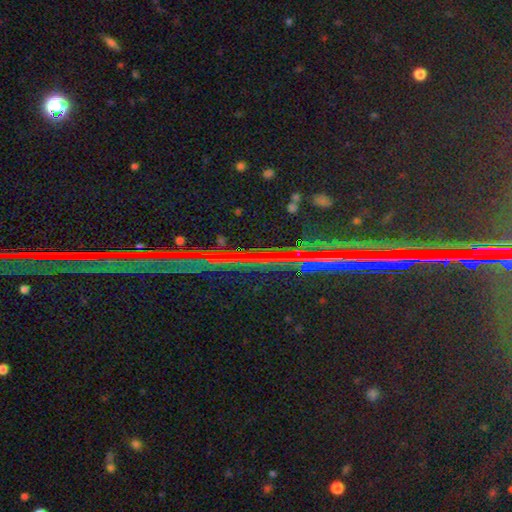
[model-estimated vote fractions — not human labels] This appears to be a star or artifact, not a galaxy (85%).